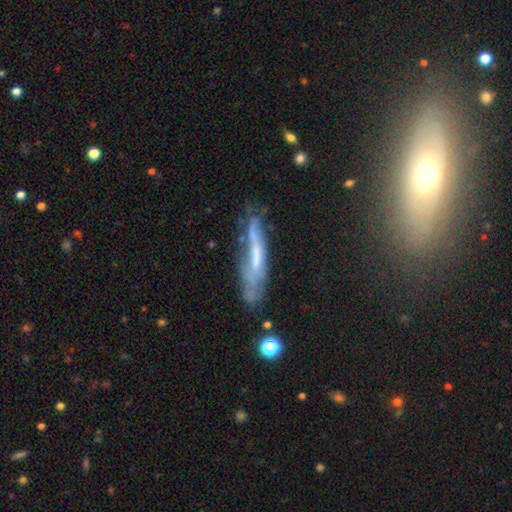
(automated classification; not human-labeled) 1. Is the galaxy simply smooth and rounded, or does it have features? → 60% featured or disk, 29% smooth, 11% star or artifact.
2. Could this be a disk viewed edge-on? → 55% yes, 45% no.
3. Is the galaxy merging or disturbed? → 54% none, 26% minor disturbance, 14% major disturbance, 5% merger.